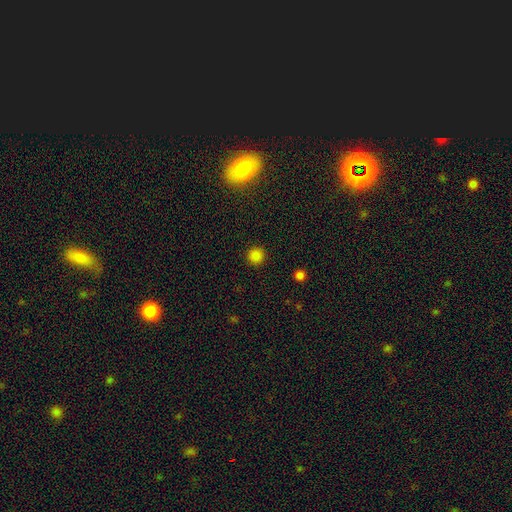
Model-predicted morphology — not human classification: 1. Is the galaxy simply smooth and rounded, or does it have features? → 83% smooth, 14% star or artifact, 3% featured or disk.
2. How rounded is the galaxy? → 95% round, 4% in between, 1% cigar-shaped.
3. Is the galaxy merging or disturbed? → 92% none, 5% minor disturbance, 2% major disturbance, 1% merger.